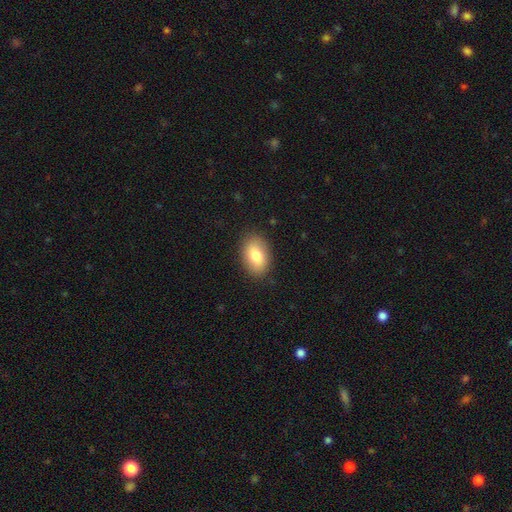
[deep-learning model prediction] Q: Smooth or featured?
A: smooth (79%); runner-up: featured or disk (13%)
Q: How rounded?
A: in between (87%); runner-up: round (11%)
Q: Merging?
A: none (86%); runner-up: minor disturbance (10%)